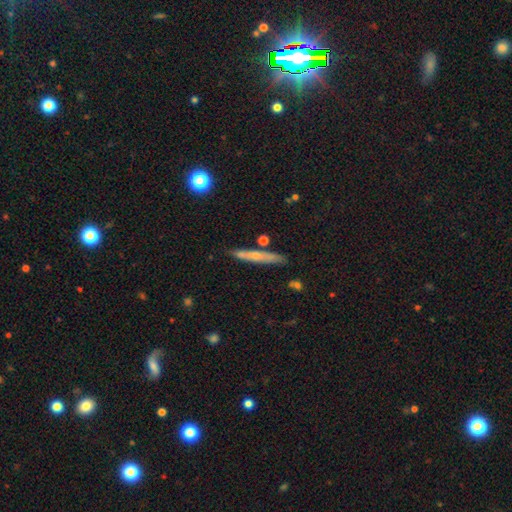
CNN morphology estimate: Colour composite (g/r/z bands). It shows a featured or disk galaxy (47%). Merging: none (82%).